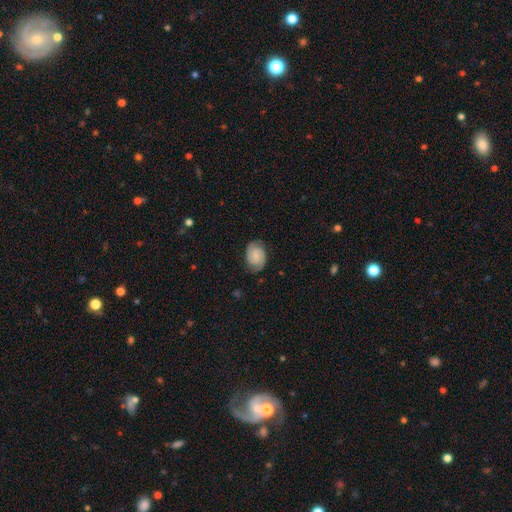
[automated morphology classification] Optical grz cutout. It shows a featured or disk galaxy (71%) with no bar (56%), 2 (89%) tight (56%) spiral arms (96%) and a small central bulge (45%). Merging: none (81%).